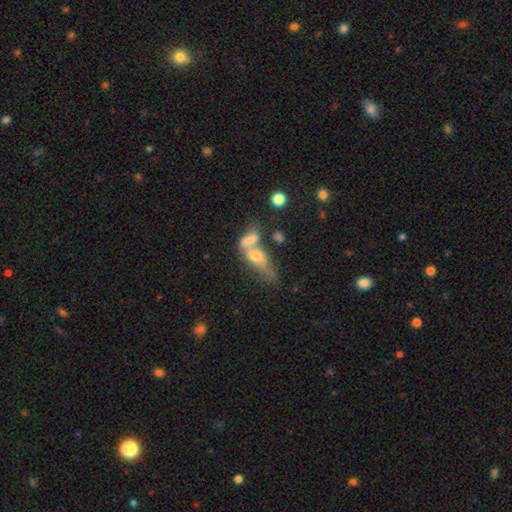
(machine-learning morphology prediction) type=smooth (45%); merging=merger (57%).